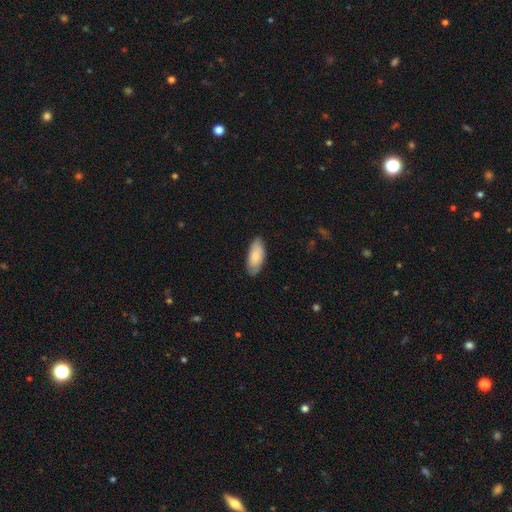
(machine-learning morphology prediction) A smooth galaxy with no disk features (78%) that is in between round and cigar-shaped (89%).

Vote fractions:
- Smooth or featured? smooth: 78% / featured or disk: 17% / star or artifact: 5%
- How rounded? in between: 89% / cigar-shaped: 9% / round: 2%
- Merging? none: 80% / minor disturbance: 16% / major disturbance: 3% / merger: 1%